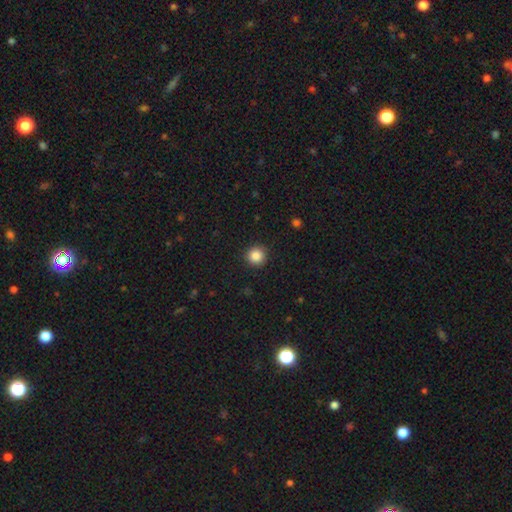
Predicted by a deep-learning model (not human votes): Smooth or featured? smooth (86%)
How rounded? round (94%)
Merging? none (91%)